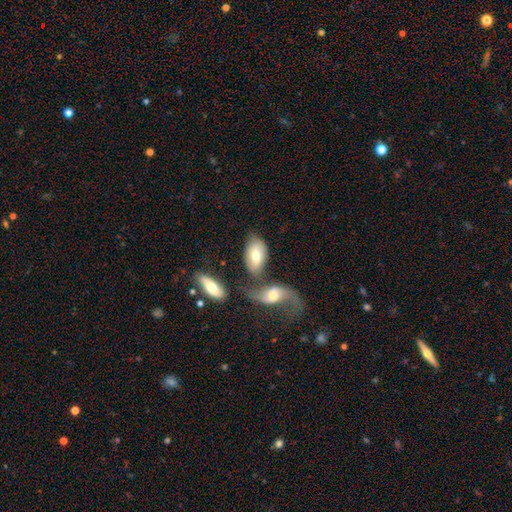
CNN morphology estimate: Q: Smooth or featured?
A: smooth (63%); runner-up: featured or disk (31%)
Q: How rounded?
A: in between (93%); runner-up: round (4%)
Q: Merging?
A: none (43%); runner-up: merger (34%)